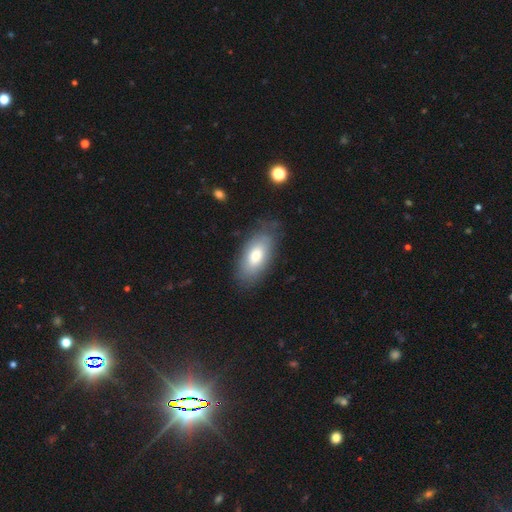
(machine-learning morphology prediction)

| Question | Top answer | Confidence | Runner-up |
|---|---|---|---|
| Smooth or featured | smooth | 74% | featured or disk (20%) |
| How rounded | in between | 91% | cigar-shaped (6%) |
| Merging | none | 78% | minor disturbance (16%) |